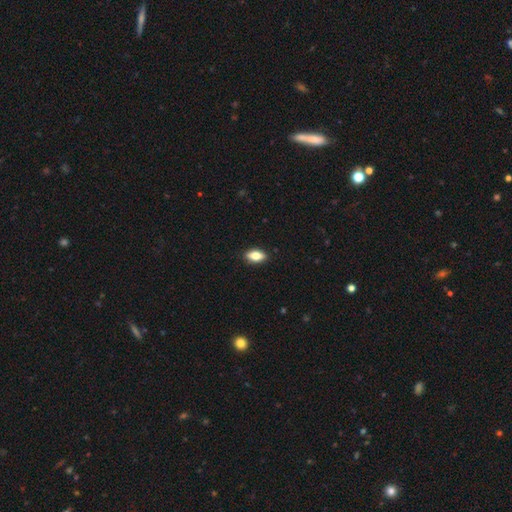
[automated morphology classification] Q: Smooth or featured?
A: smooth (75%); runner-up: featured or disk (18%)
Q: How rounded?
A: in between (85%); runner-up: cigar-shaped (10%)
Q: Merging?
A: none (88%); runner-up: minor disturbance (9%)